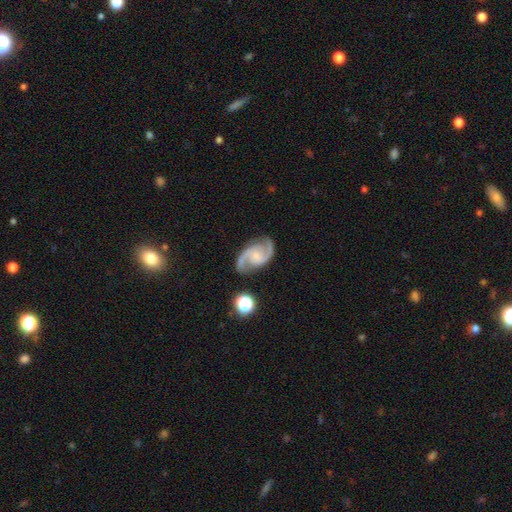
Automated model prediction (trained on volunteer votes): Q: Smooth or featured?
A: featured or disk (91%); runner-up: star or artifact (5%)
Q: Edge-on disk?
A: no (98%); runner-up: yes (2%)
Q: Bar?
A: no (56%); runner-up: weak (34%)
Q: Spiral arms?
A: yes (98%); runner-up: no (2%)
Q: Spiral winding?
A: medium (59%); runner-up: loose (25%)
Q: Spiral arm count?
A: 2 (94%); runner-up: can't tell (2%)
Q: Bulge size?
A: small (65%); runner-up: moderate (21%)
Q: Merging?
A: none (80%); runner-up: minor disturbance (13%)